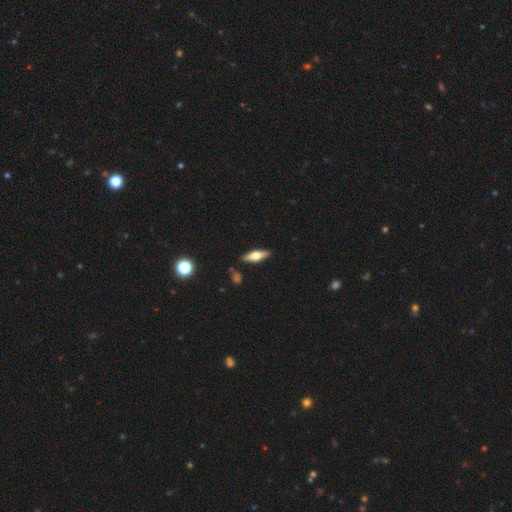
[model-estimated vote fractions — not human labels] The model was most divided on "smooth or featured": featured or disk: 49%, smooth: 44%, star or artifact: 7%. More confident: merging — none (87%).